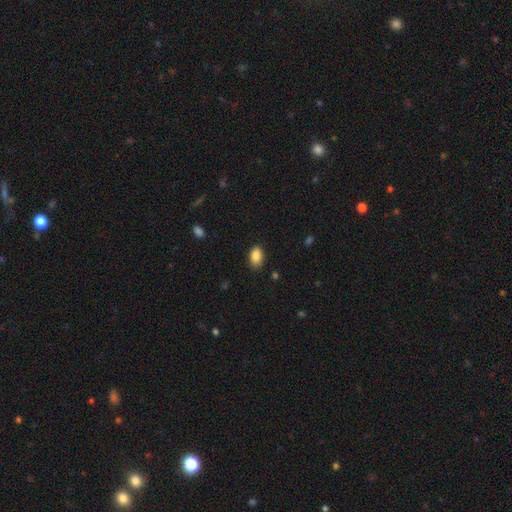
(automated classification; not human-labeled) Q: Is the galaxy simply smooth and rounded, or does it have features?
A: smooth — 87%.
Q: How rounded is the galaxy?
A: in between — 88%.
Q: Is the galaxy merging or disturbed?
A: none — 84%.